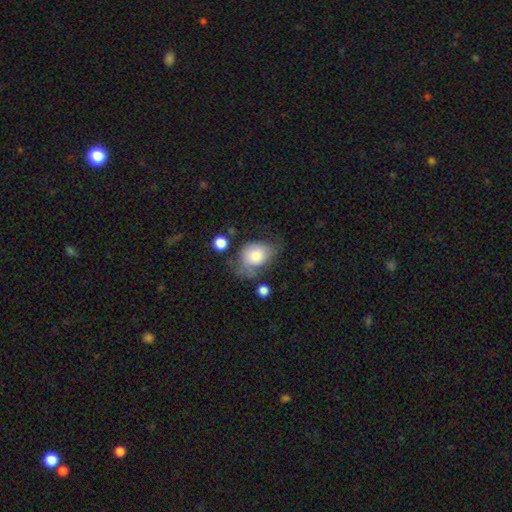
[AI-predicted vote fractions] Smooth or featured? Predicted: smooth (p=0.72). How rounded? Predicted: in between (p=0.60). Merging? Predicted: none (p=0.35).